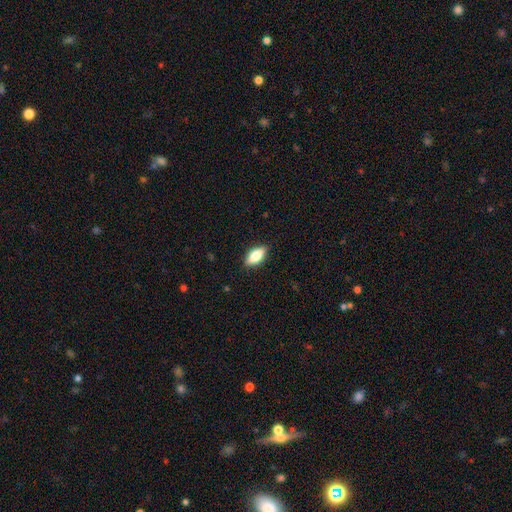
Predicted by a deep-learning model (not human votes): The model was most divided on "smooth or featured": smooth: 72%, featured or disk: 21%, star or artifact: 7%. More confident: merging — none (87%); how rounded — in between (82%).